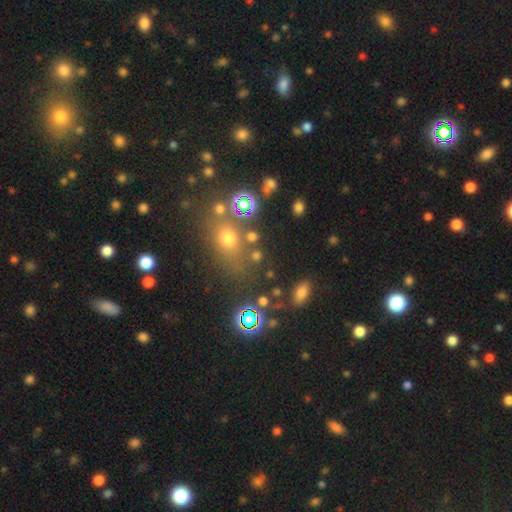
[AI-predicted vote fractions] Overall: smooth (58%; star or artifact 31%). How rounded: round (56%; in between 39%). Merging: none (64%).